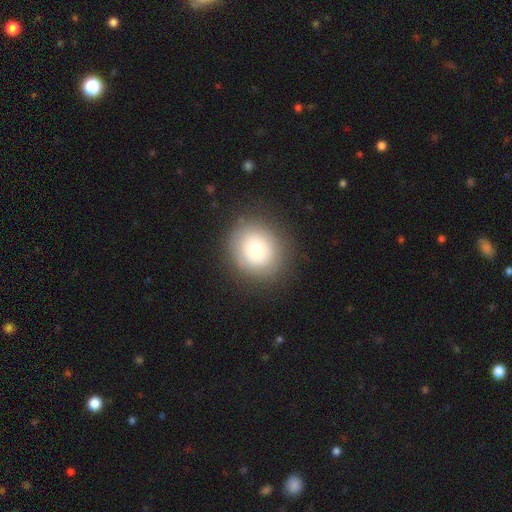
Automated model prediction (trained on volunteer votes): A smooth galaxy with no disk features (65%) that is round (85%).

Vote fractions:
- Smooth or featured? smooth: 65% / featured or disk: 23% / star or artifact: 12%
- How rounded? round: 85% / in between: 14% / cigar-shaped: 1%
- Merging? none: 86% / minor disturbance: 9% / major disturbance: 4% / merger: 1%